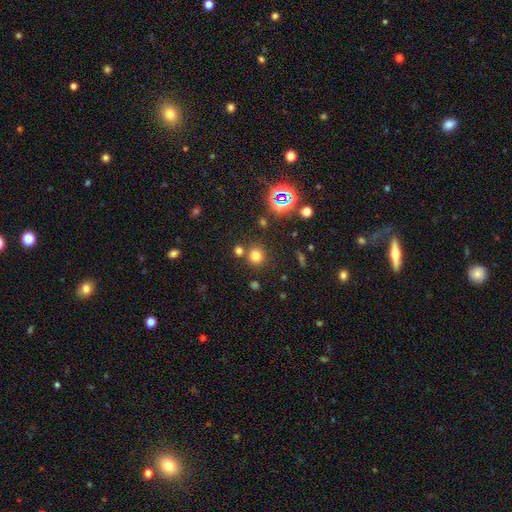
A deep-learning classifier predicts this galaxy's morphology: This appears to be a smooth galaxy with no disk features (71%) that is round (91%). Merging: none (79%).